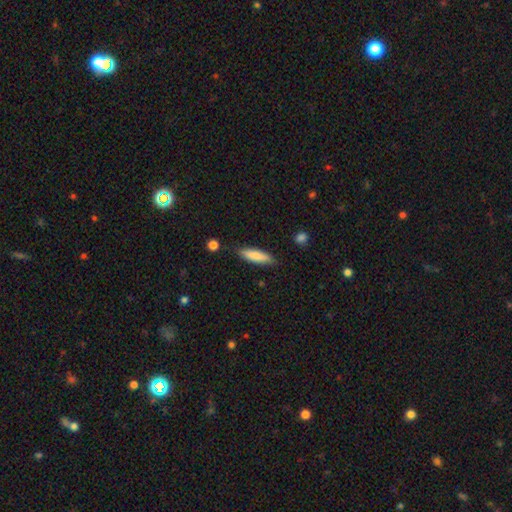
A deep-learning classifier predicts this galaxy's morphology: smooth 79%, featured or disk 15%, star or artifact 6%. Down the decision tree: how rounded — cigar-shaped (68%); merging — none (82%).